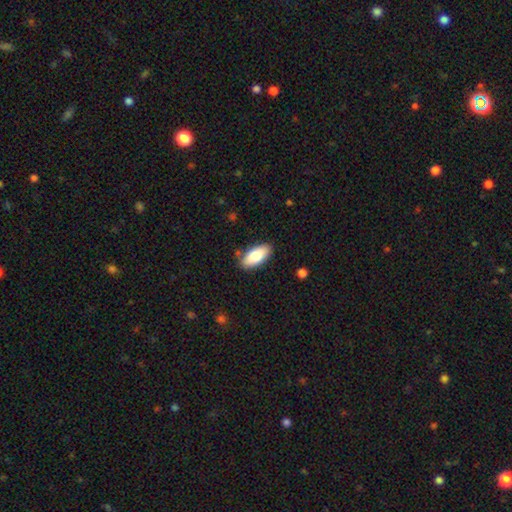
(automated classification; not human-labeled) This appears to be a smooth galaxy with no disk features (79%) that is in between round and cigar-shaped (88%). Merging: none (86%).